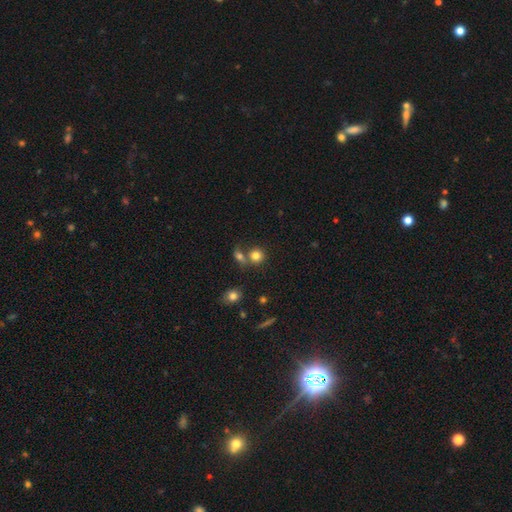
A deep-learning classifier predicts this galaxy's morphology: smooth-or-featured: smooth: 80% | star or artifact: 12% | featured or disk: 8%
  how-rounded: round: 85% | in between: 14% | cigar-shaped: 1%
  merging: none: 56% | merger: 31% | minor disturbance: 9% | major disturbance: 4%